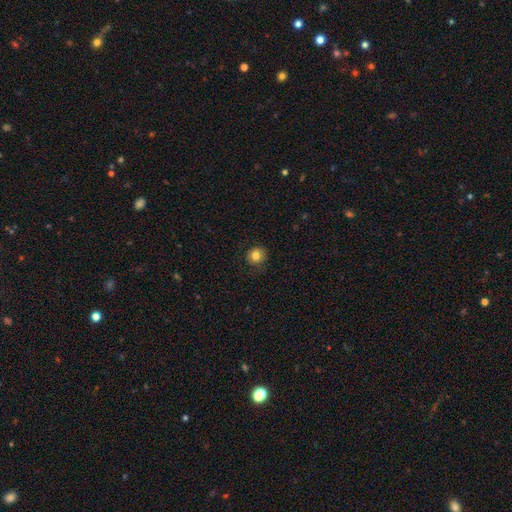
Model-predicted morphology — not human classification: This appears to be a smooth galaxy with no disk features (82%) that is round (88%). Merging: none (85%).